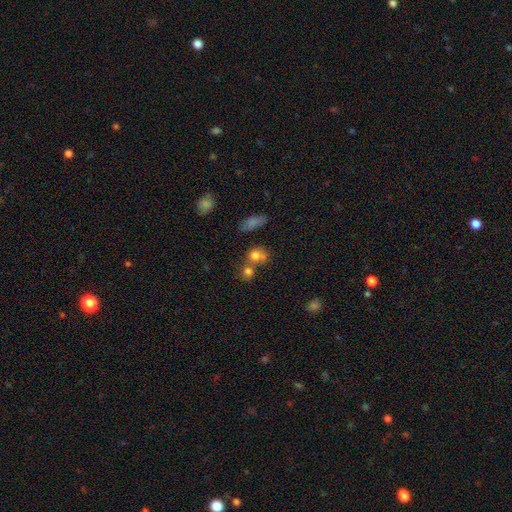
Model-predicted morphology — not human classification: Overall: smooth (75%). How rounded: round (65%; in between 33%). Merging: merger (43%; none 42%).